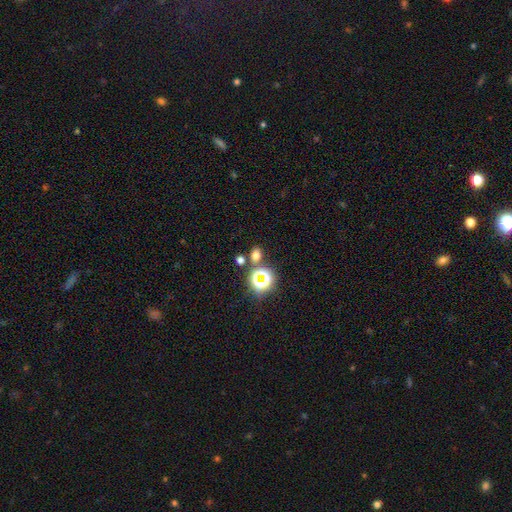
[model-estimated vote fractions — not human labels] This is likely a smooth galaxy (63%). How rounded: possibly in between (51%). Merging: likely none (75%).